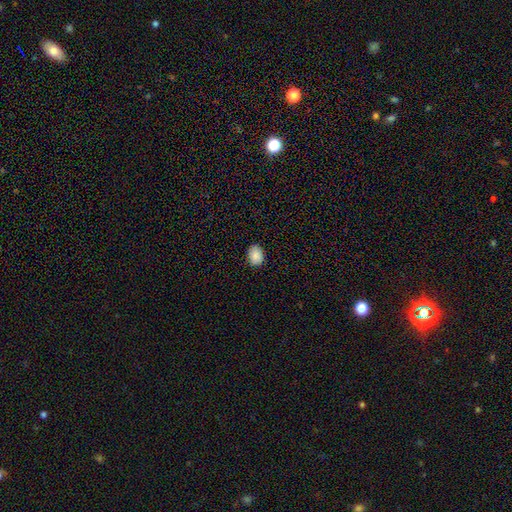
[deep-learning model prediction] Smooth or featured: smooth — 88% (star or artifact — 8%)
How rounded: in between — 61% (round — 38%)
Merging: none — 84% (minor disturbance — 12%)